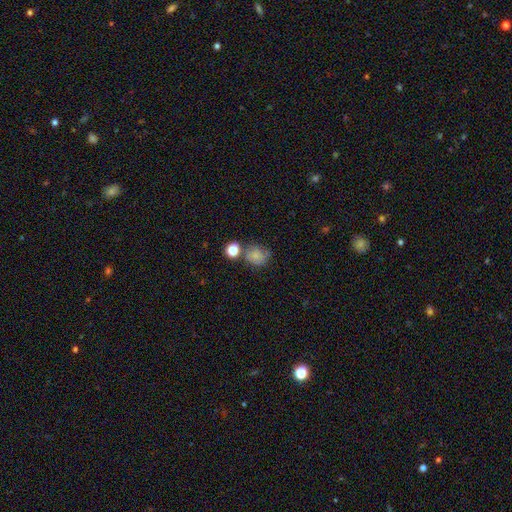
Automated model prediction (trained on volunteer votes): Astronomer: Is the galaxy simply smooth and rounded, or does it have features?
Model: smooth — 74%.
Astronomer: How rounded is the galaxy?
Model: round — 72%.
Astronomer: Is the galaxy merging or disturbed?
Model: none — 56%.